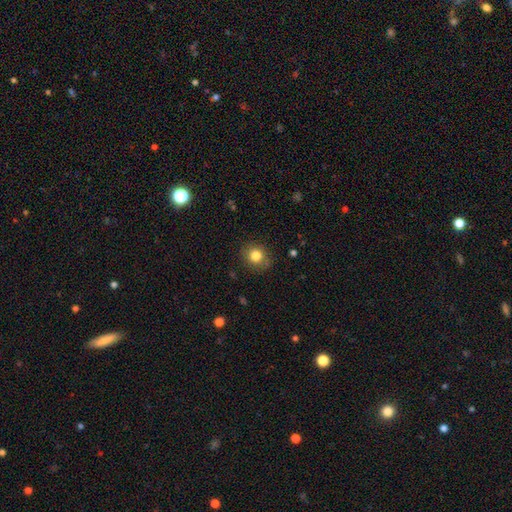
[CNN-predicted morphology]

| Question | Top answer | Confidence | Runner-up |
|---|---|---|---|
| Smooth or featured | smooth | 82% | star or artifact (10%) |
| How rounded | round | 79% | in between (20%) |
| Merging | none | 84% | minor disturbance (12%) |